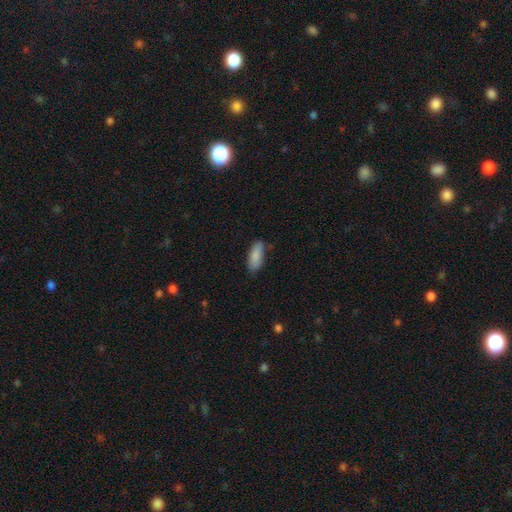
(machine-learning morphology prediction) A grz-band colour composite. It shows a smooth galaxy with no disk features (88%) that is in between round and cigar-shaped (74%). Merging: none (78%).